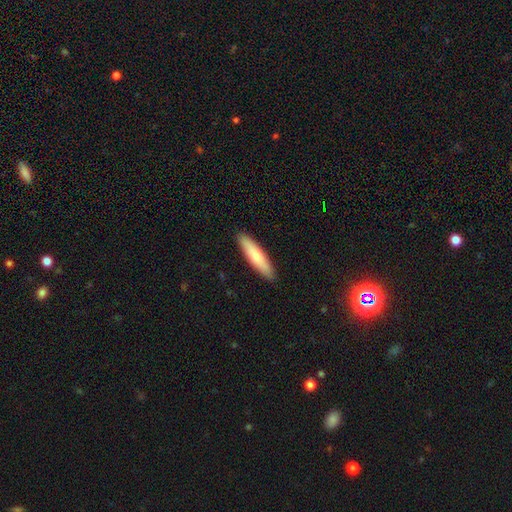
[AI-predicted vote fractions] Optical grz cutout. It shows a smooth galaxy with no disk features (74%) that is cigar-shaped (81%). Merging: none (91%).